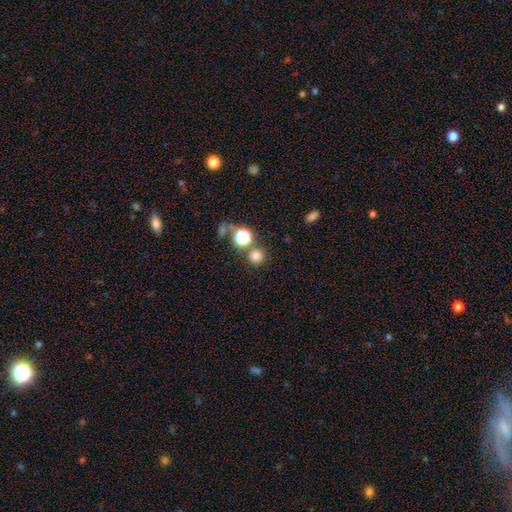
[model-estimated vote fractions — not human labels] This is likely a smooth galaxy (77%). How rounded: clearly round (92%). Merging: likely none (70%).